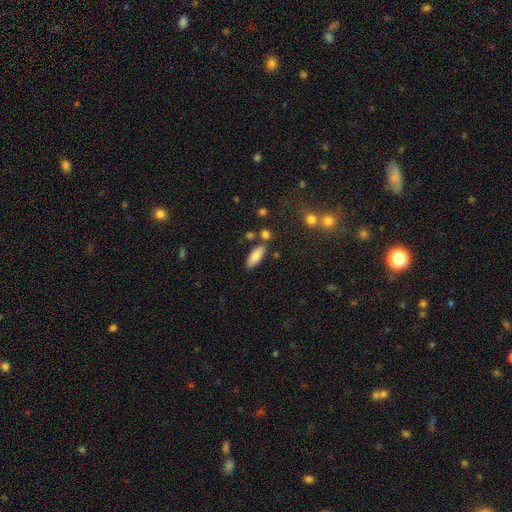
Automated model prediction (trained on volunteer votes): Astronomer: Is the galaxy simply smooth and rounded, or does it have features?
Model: smooth — 83%.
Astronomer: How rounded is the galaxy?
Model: in between — 74%.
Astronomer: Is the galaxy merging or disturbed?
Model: none — 77%.